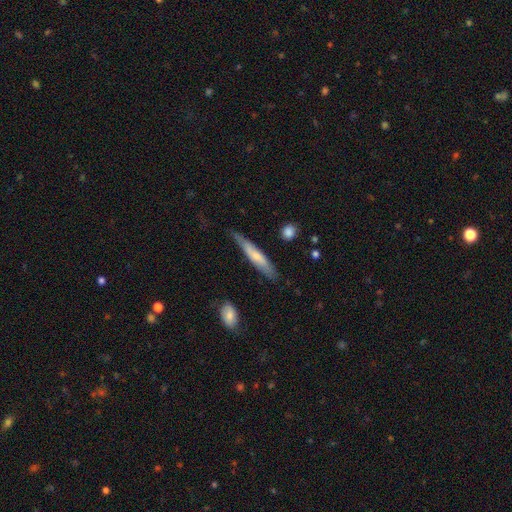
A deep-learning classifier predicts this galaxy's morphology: A smooth galaxy with no disk features (57%) that is cigar-shaped (89%). Merging: none (70%).